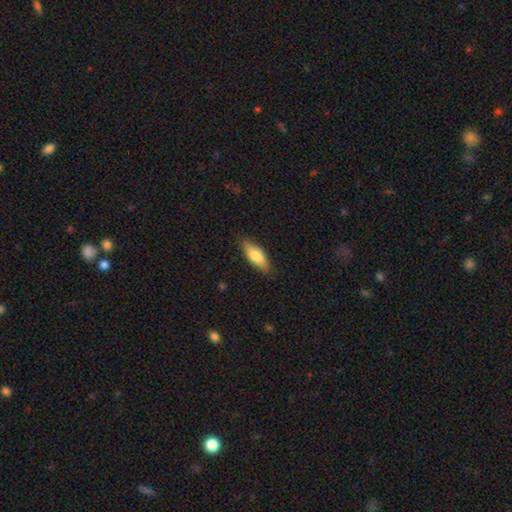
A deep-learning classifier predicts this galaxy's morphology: A smooth galaxy with no disk features (76%) that is in between round and cigar-shaped (63%). Merging: none (84%).